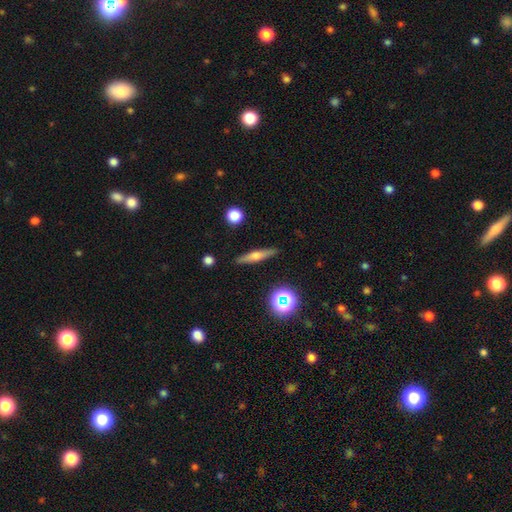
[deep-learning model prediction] Q: Smooth or featured?
A: featured or disk (47%); runner-up: smooth (44%)
Q: Merging?
A: none (89%); runner-up: minor disturbance (7%)